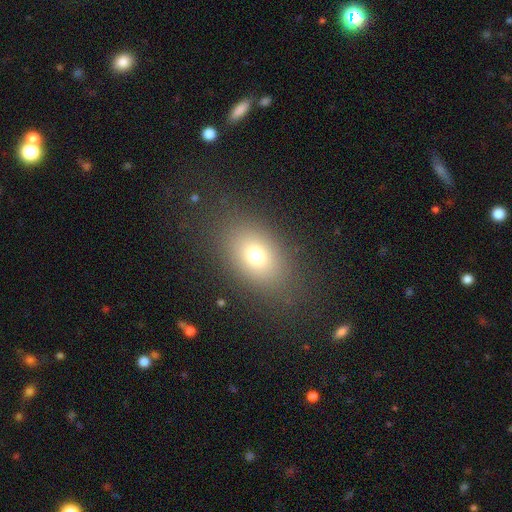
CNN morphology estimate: Overall: smooth (72%). How rounded: in between (74%). Merging: none (82%).